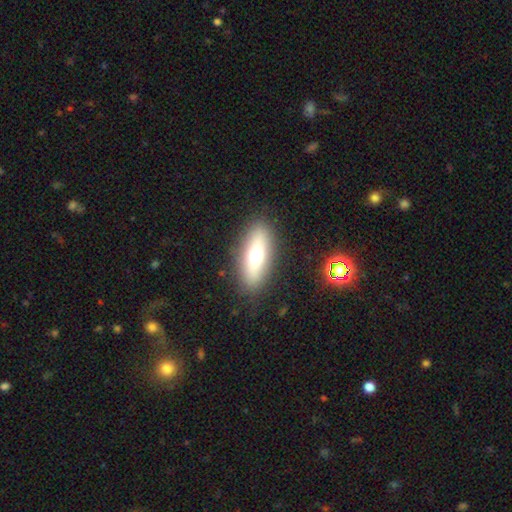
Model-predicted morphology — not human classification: This is likely a smooth galaxy (60%). How rounded: likely in between (62%). Merging: clearly none (87%).